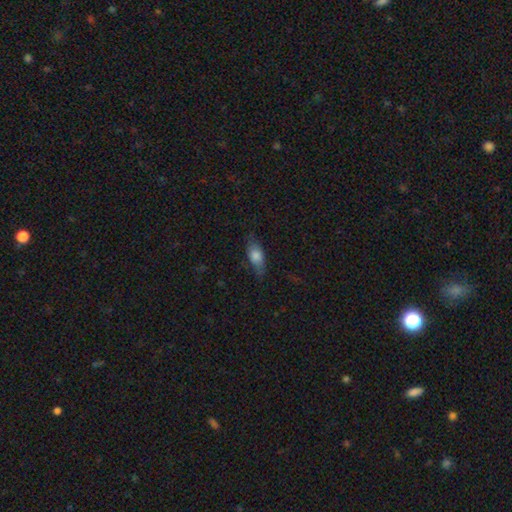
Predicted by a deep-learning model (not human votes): This appears to be a smooth galaxy with no disk features (72%) that is in between round and cigar-shaped (79%). Merging: none (69%).